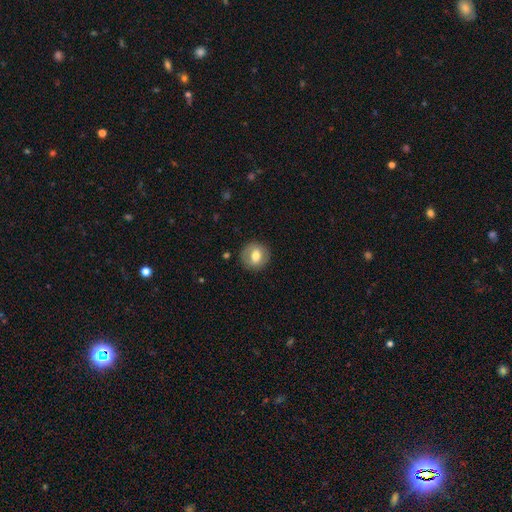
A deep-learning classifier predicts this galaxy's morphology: Smooth or featured? Predicted: smooth (p=0.64). How rounded? Predicted: round (p=0.83). Merging? Predicted: none (p=0.85).